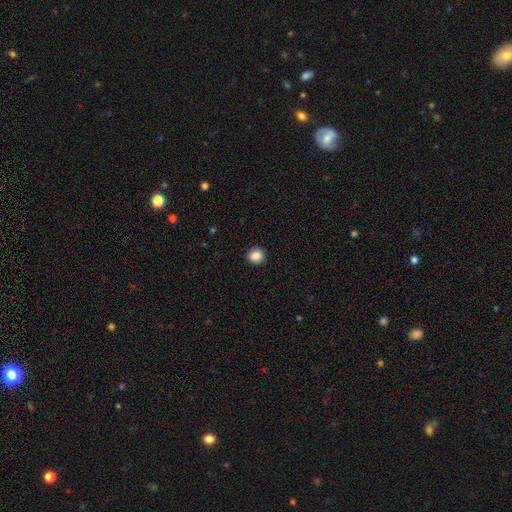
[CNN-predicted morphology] smooth-or-featured: smooth: 87% | star or artifact: 10% | featured or disk: 4%
  how-rounded: round: 91% | in between: 8% | cigar-shaped: 1%
  merging: none: 93% | minor disturbance: 5% | major disturbance: 2% | merger: 1%